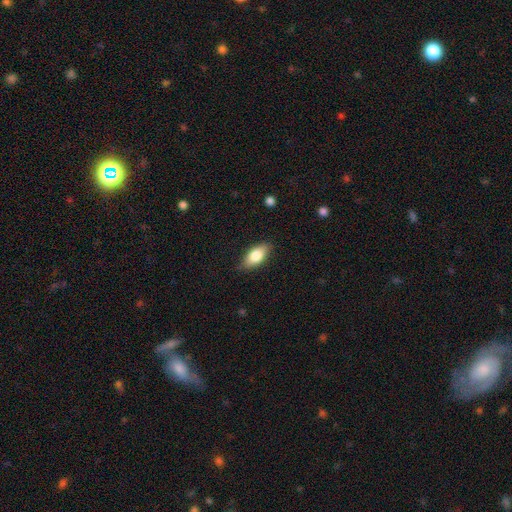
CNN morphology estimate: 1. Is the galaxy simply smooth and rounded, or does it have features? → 77% smooth, 16% featured or disk, 7% star or artifact.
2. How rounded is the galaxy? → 87% in between, 10% cigar-shaped, 4% round.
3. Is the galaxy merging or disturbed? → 81% none, 15% minor disturbance, 3% major disturbance, 1% merger.